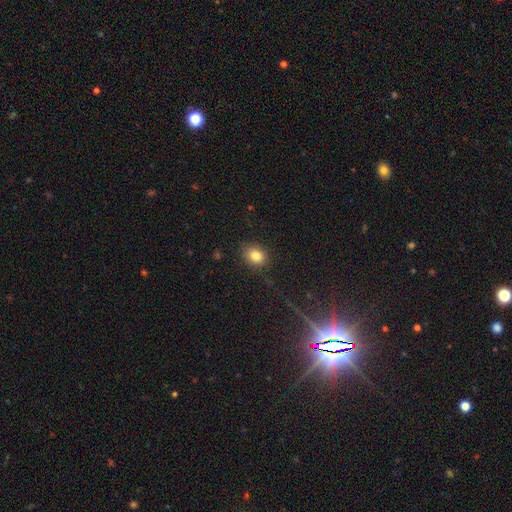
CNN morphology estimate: smooth-or-featured: smooth: 83% | star or artifact: 11% | featured or disk: 6%
  how-rounded: round: 50% | in between: 49% | cigar-shaped: 1%
  merging: none: 82% | minor disturbance: 13% | major disturbance: 4% | merger: 1%